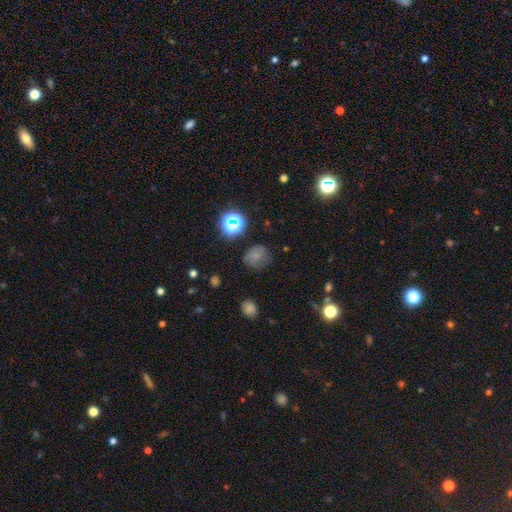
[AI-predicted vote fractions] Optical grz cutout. It shows a smooth galaxy with no disk features (62%) that is round (69%). Merging: none (66%).